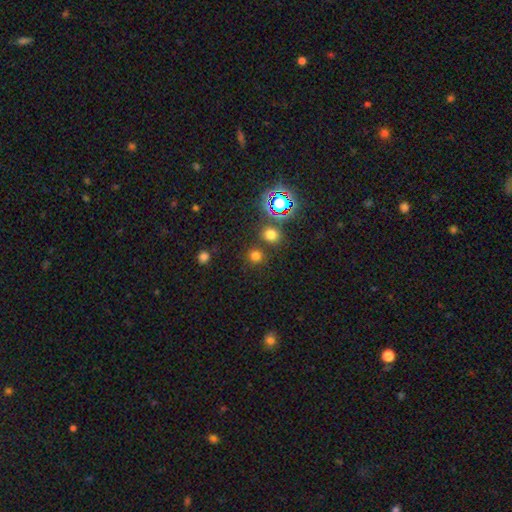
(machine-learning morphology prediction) Smooth or featured?
  - smooth: 69% *
  - star or artifact: 25%
  - featured or disk: 6%
How rounded?
  - round: 88% *
  - in between: 11%
  - cigar-shaped: 1%
Merging?
  - none: 79% *
  - merger: 11%
  - minor disturbance: 7%
  - major disturbance: 3%